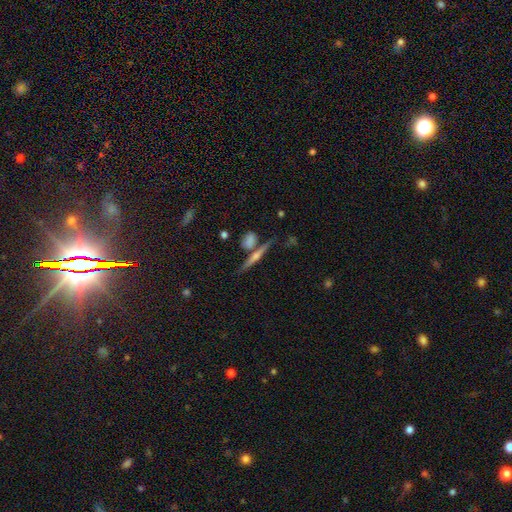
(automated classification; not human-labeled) Smooth or featured? Predicted: featured or disk (p=0.59). Edge-on disk? Predicted: yes (p=0.95). Edge-on bulge? Predicted: rounded (p=0.71). Merging? Predicted: none (p=0.71).